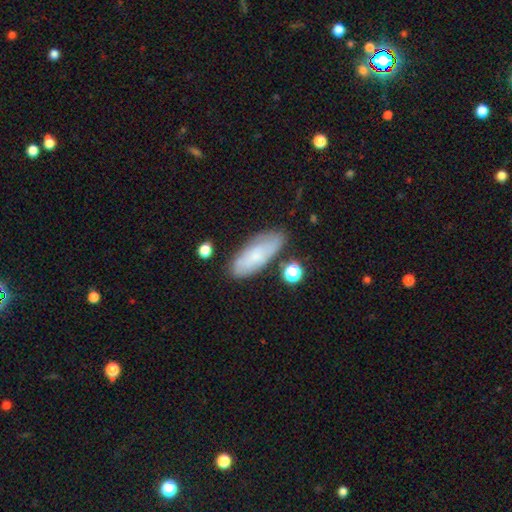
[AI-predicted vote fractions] The model was most divided on "smooth or featured": smooth: 60%, featured or disk: 32%, star or artifact: 8%. More confident: how rounded — in between (76%); merging — none (73%).